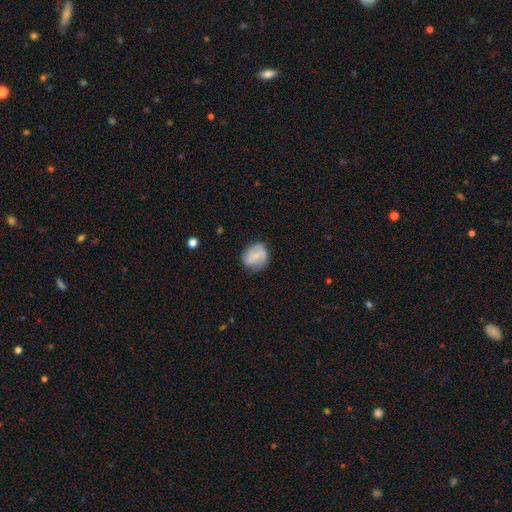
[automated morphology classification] The model was most divided on "smooth or featured": smooth: 62%, featured or disk: 30%, star or artifact: 8%. More confident: merging — none (69%); how rounded — round (69%).